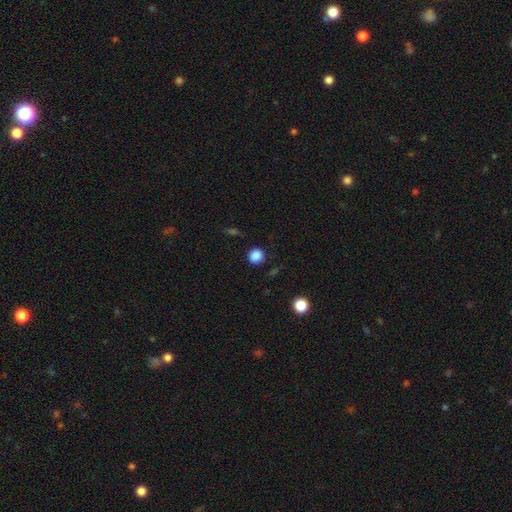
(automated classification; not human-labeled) The model was most divided on "smooth or featured": smooth: 86%, star or artifact: 11%, featured or disk: 3%. More confident: how rounded — round (91%); merging — none (88%).